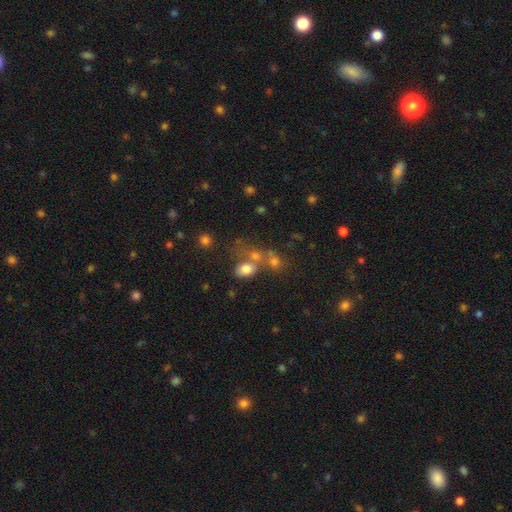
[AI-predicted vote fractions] This is possibly a smooth galaxy (56%). How rounded: possibly round (54%). Merging: marginally merger (44%).